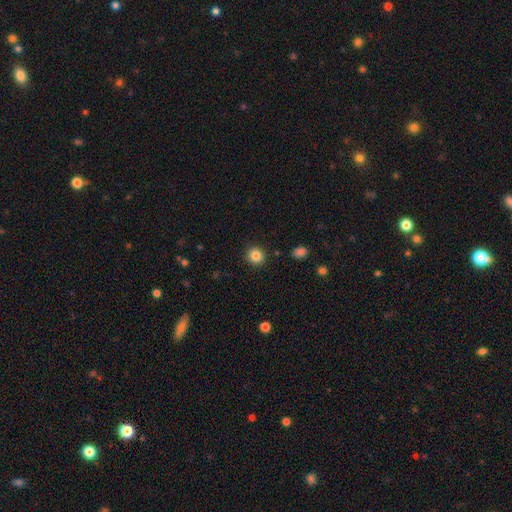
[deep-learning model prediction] This appears to be a smooth galaxy with no disk features (85%) that is round (90%). Merging: none (91%).